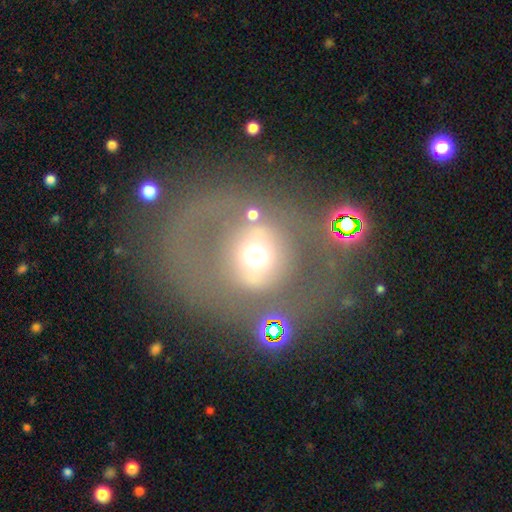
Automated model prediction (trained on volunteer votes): Smooth or featured: smooth — 43% (featured or disk — 40%)
Merging: none — 57% (major disturbance — 22%)